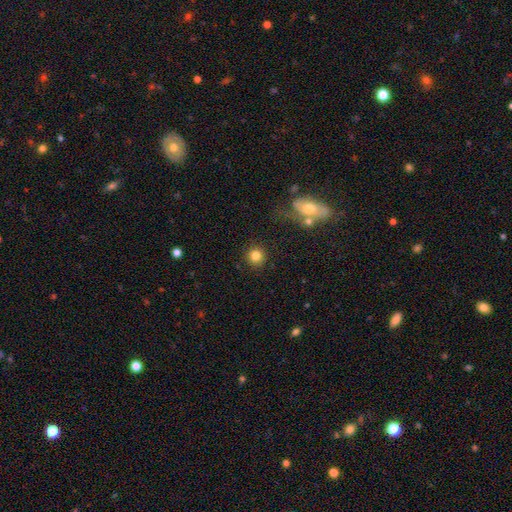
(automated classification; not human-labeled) A smooth galaxy with no disk features (83%) that is round (92%). Merging: none (87%).